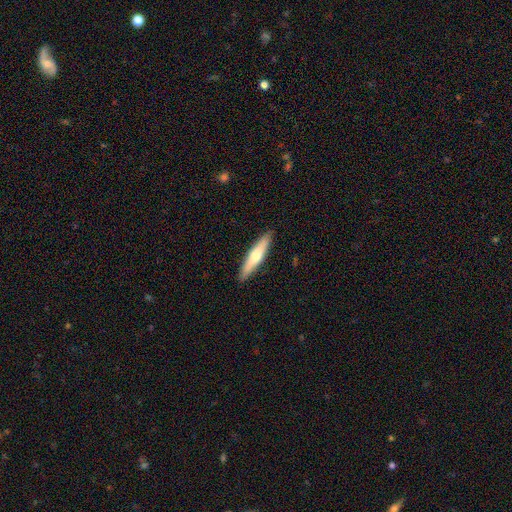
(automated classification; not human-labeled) The model was most divided on "smooth or featured": smooth: 55%, featured or disk: 40%, star or artifact: 5%. More confident: merging — none (90%); how rounded — cigar-shaped (83%).